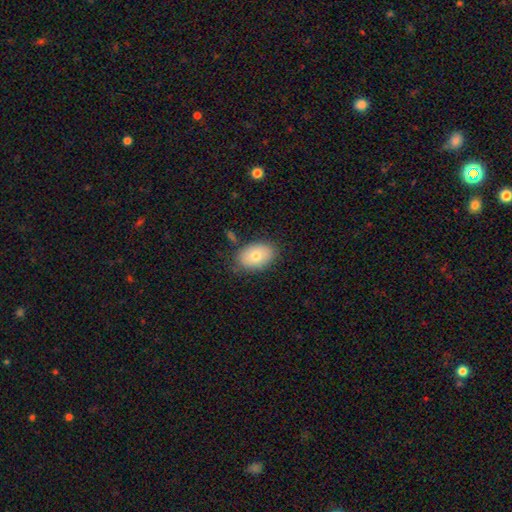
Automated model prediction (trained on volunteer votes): A smooth galaxy with no disk features (76%) that is in between round and cigar-shaped (86%). Merging: none (79%).